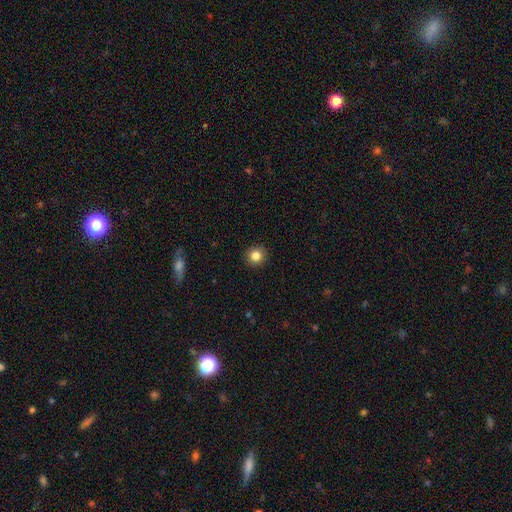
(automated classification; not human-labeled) Smooth or featured?
  - smooth: 84% *
  - star or artifact: 10%
  - featured or disk: 5%
How rounded?
  - round: 92% *
  - in between: 7%
  - cigar-shaped: 1%
Merging?
  - none: 92% *
  - minor disturbance: 5%
  - major disturbance: 2%
  - merger: 1%